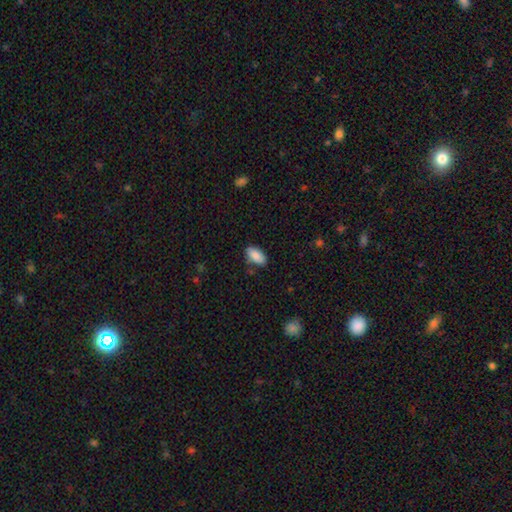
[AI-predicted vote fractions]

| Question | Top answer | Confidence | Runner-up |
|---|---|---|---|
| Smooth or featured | smooth | 89% | star or artifact (7%) |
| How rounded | in between | 92% | cigar-shaped (5%) |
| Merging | none | 78% | minor disturbance (16%) |